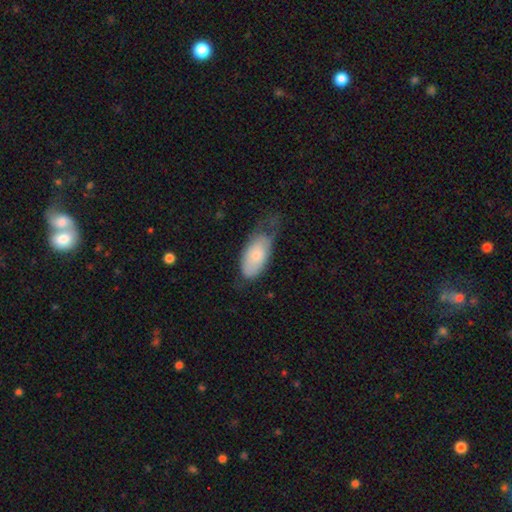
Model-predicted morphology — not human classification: This is likely a smooth galaxy (73%). How rounded: clearly in between (93%). Merging: marginally minor disturbance (39%).